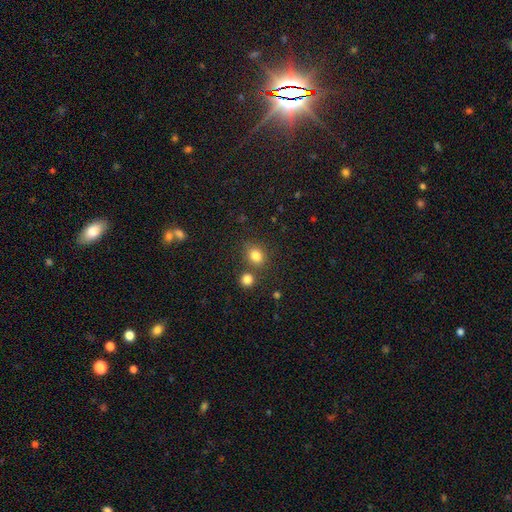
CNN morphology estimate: Smooth or featured? smooth (82%)
How rounded? round (64%)
Merging? none (71%)